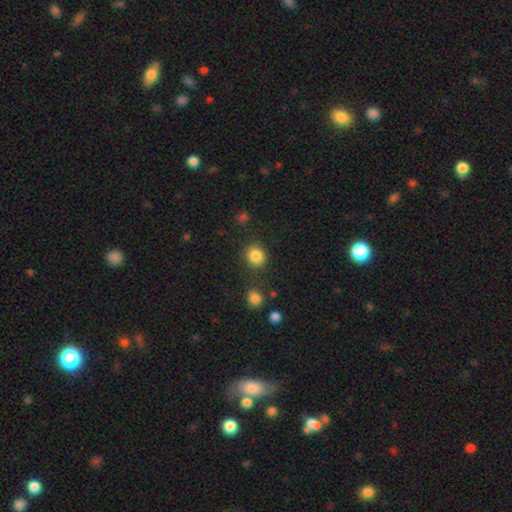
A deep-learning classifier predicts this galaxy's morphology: The model was most divided on "how rounded": round: 80%, in between: 19%, cigar-shaped: 1%. More confident: smooth or featured — smooth (86%); merging — none (82%).